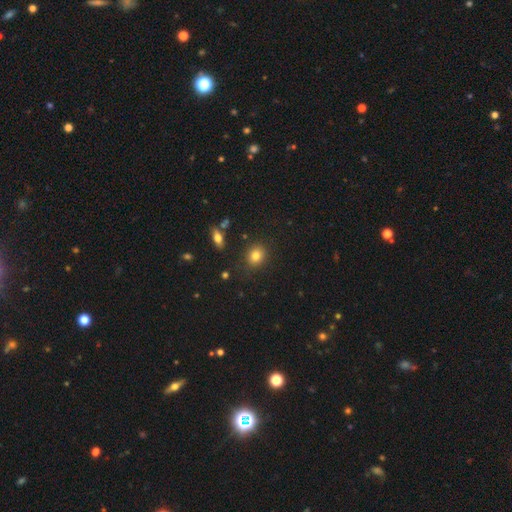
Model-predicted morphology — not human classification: smooth_or_featured: smooth (p=0.82) [alt: star or artifact p=0.11]
how_rounded: round (p=0.69) [alt: in between p=0.29]
merging: none (p=0.85) [alt: minor disturbance p=0.10]